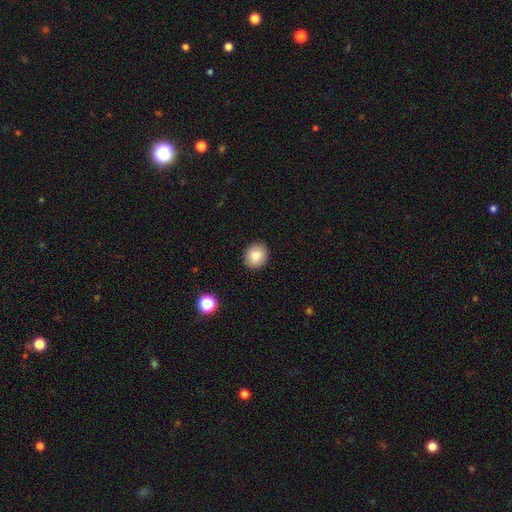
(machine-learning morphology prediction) A smooth galaxy with no disk features (85%) that is round (74%). Merging: none (90%).